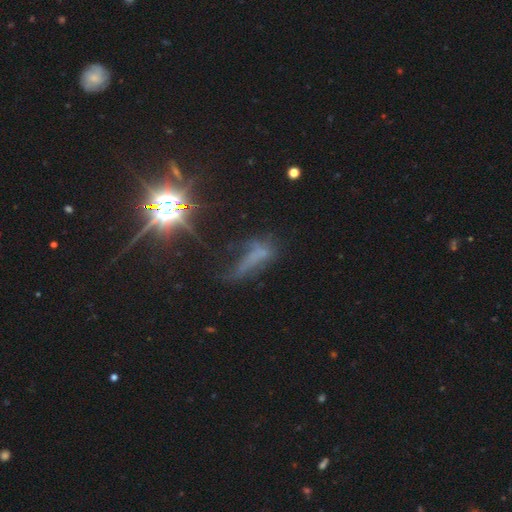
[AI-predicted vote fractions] Smooth or featured: star or artifact — 40% (smooth — 30%)